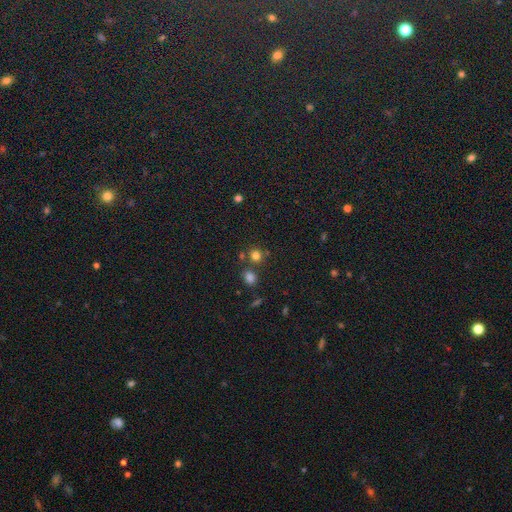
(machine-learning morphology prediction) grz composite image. It shows a smooth galaxy with no disk features (76%) that is round (86%). Merging: none (72%).